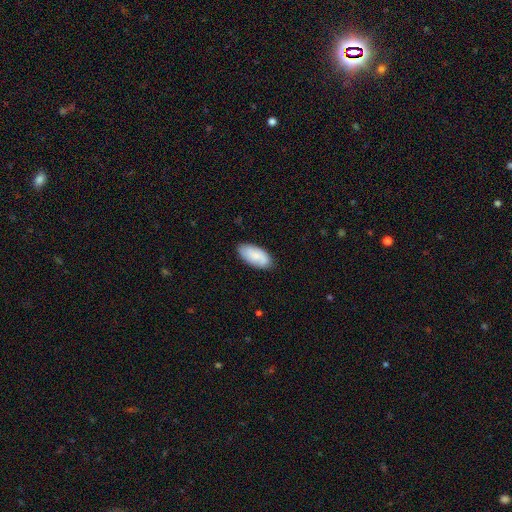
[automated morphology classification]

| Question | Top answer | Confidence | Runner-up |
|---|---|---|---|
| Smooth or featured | smooth | 75% | featured or disk (19%) |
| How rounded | in between | 92% | cigar-shaped (6%) |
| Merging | none | 82% | minor disturbance (14%) |